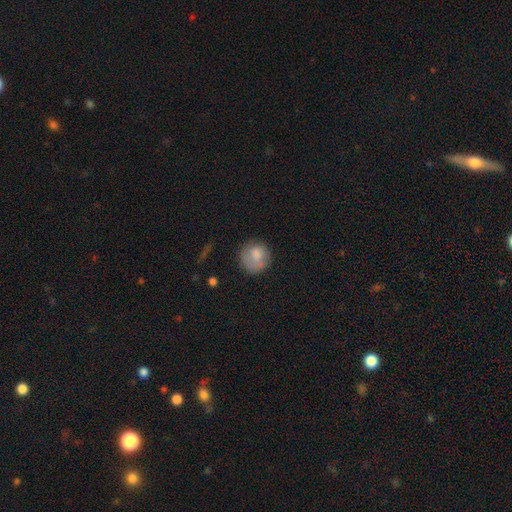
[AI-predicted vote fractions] Smooth or featured?
  - smooth: 77% *
  - featured or disk: 16%
  - star or artifact: 7%
How rounded?
  - round: 87% *
  - in between: 12%
  - cigar-shaped: 1%
Merging?
  - none: 66% *
  - minor disturbance: 21%
  - major disturbance: 11%
  - merger: 2%